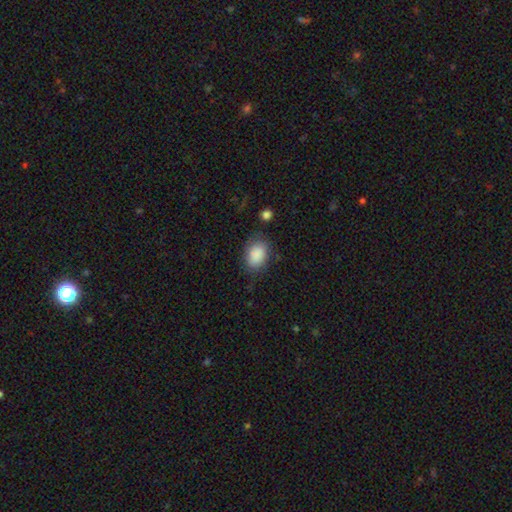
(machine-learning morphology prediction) smooth 87%, star or artifact 7%, featured or disk 6%. Down the decision tree: how rounded — in between (81%); merging — none (72%).